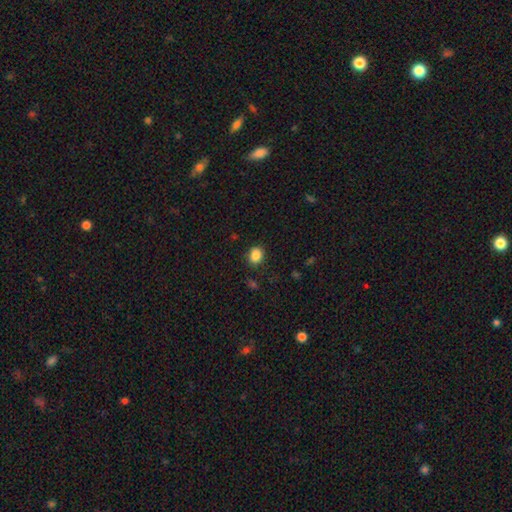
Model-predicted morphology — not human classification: This is clearly a smooth galaxy (86%). How rounded: possibly round (59%). Merging: clearly none (86%).